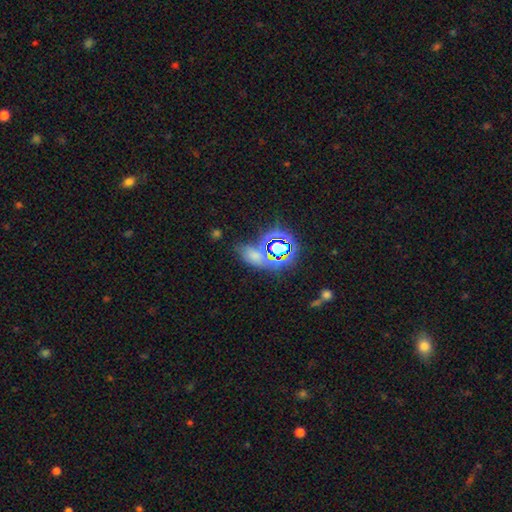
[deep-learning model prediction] This is marginally a smooth galaxy (45%). Merging: possibly none (59%).